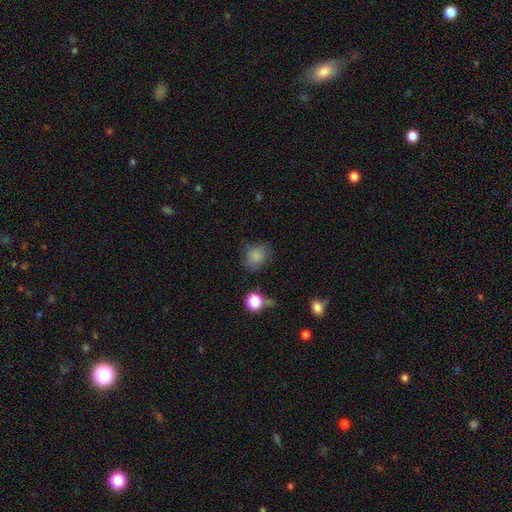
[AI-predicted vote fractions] The model was most divided on "how rounded": round: 57%, in between: 42%, cigar-shaped: 1%. More confident: smooth or featured — smooth (82%); merging — none (70%).